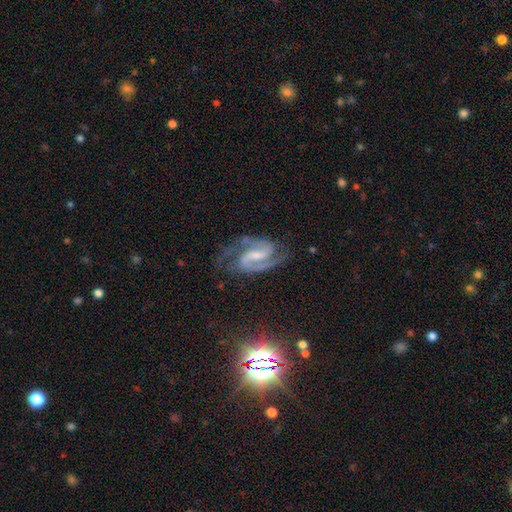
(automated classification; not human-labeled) This is clearly a featured or disk galaxy (92%). It is clearly not viewed edge-on (98%). Bar: possibly weak (47%). Spiral arm pattern: clearly yes (98%). Spiral arm count: clearly 2 (93%). Spiral winding: likely medium (63%). Central bulge: possibly small (47%). Merging: likely none (74%).